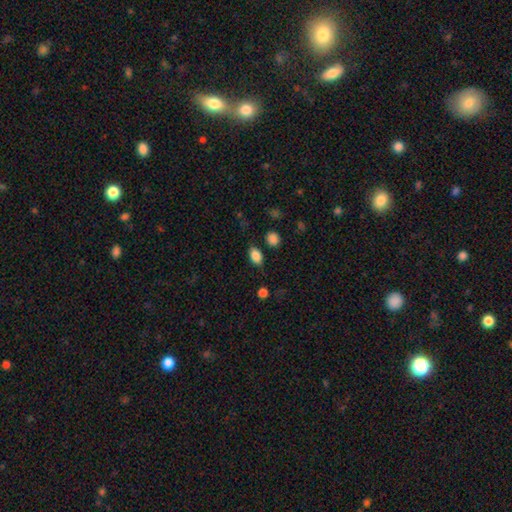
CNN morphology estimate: Smooth or featured? Predicted: smooth (p=0.86). How rounded? Predicted: in between (p=0.82). Merging? Predicted: none (p=0.80).